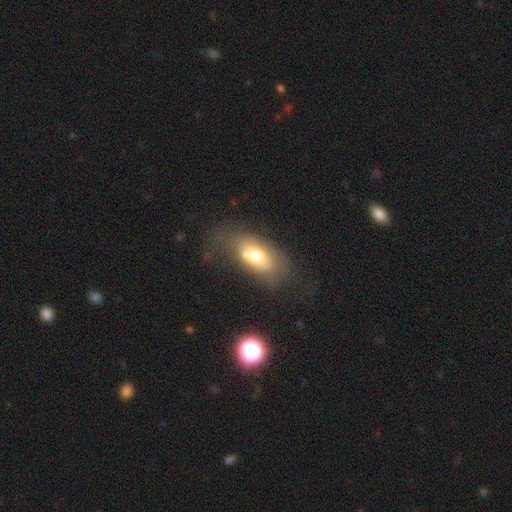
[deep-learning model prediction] Smooth or featured: smooth — 60% (featured or disk — 31%)
How rounded: in between — 87% (round — 7%)
Merging: none — 43% (minor disturbance — 24%)